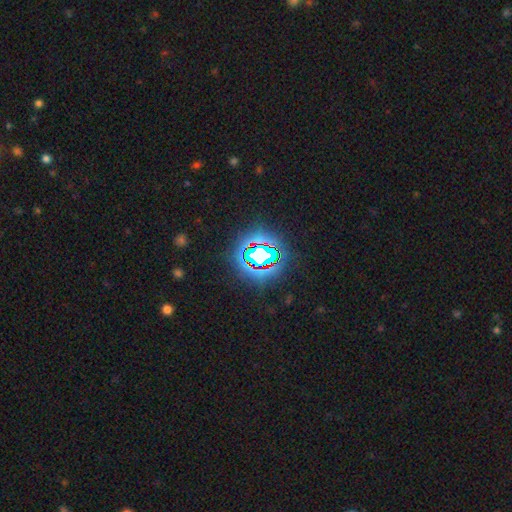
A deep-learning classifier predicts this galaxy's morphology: Q: Smooth or featured?
A: star or artifact (73%); runner-up: smooth (15%)